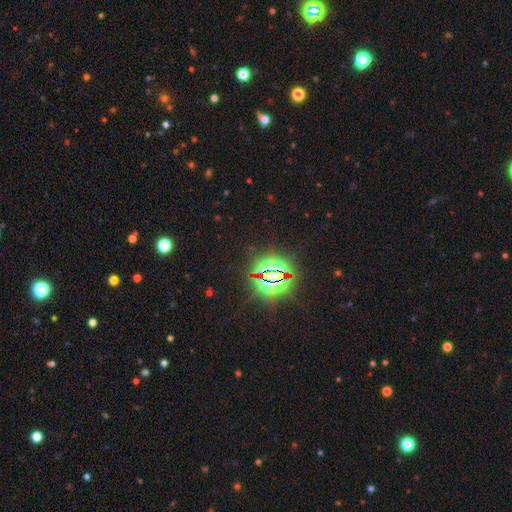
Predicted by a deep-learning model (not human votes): Smooth or featured? Predicted: star or artifact (p=0.85).